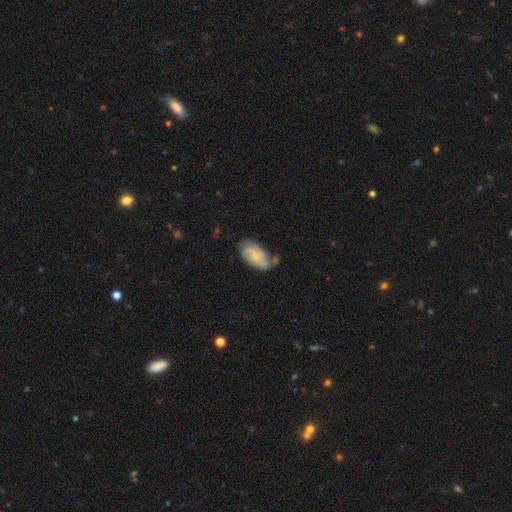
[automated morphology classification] This is possibly a featured or disk galaxy (49%). Merging: possibly none (59%).